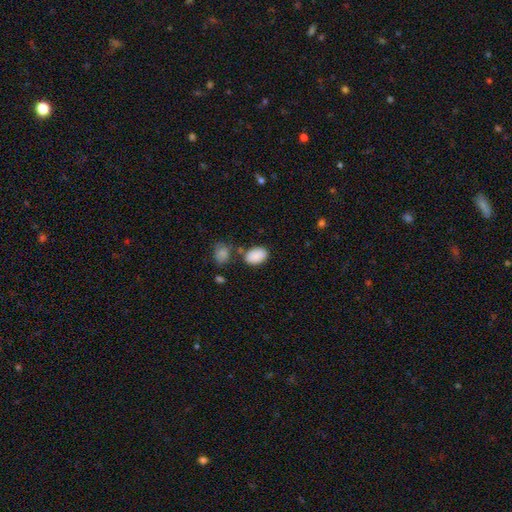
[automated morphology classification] smooth 88%, star or artifact 7%, featured or disk 4%. Down the decision tree: how rounded — in between (89%); merging — none (71%).